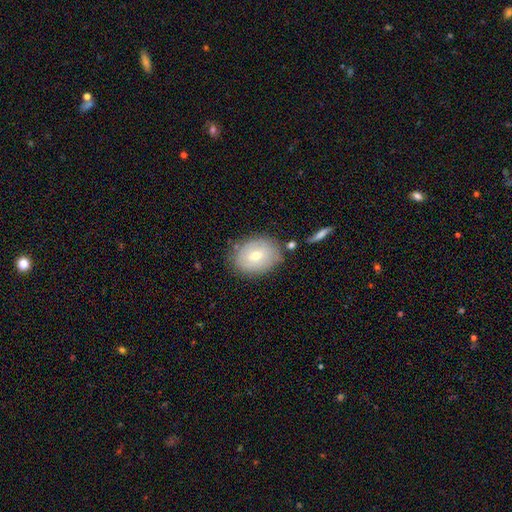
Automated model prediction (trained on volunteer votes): Overall: smooth (62%; featured or disk 30%). How rounded: in between (65%; round 34%). Merging: none (75%).